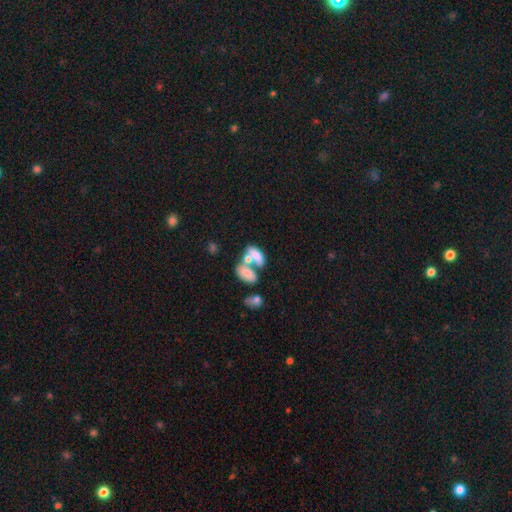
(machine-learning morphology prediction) A smooth galaxy with no disk features (68%) that is in between round and cigar-shaped (88%). Merging: merger (65%).